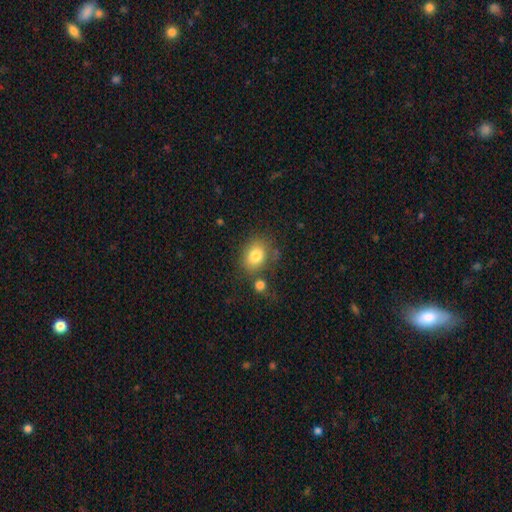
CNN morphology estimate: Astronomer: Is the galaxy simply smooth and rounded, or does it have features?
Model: smooth — 80%.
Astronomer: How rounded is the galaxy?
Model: in between — 56% (runner-up: round, 43%).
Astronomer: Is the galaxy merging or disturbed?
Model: none — 64%.